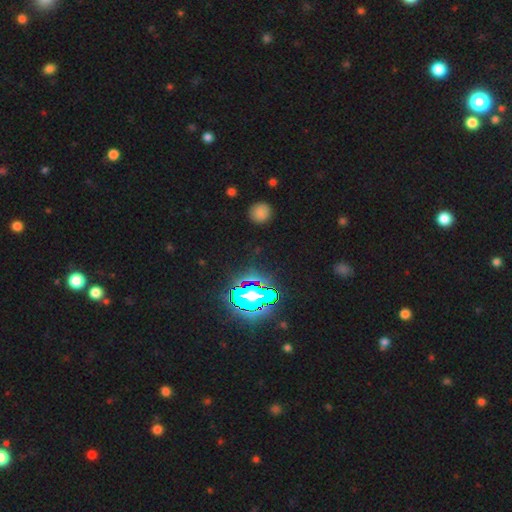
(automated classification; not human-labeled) Smooth or featured: star or artifact — 76% (smooth — 16%)